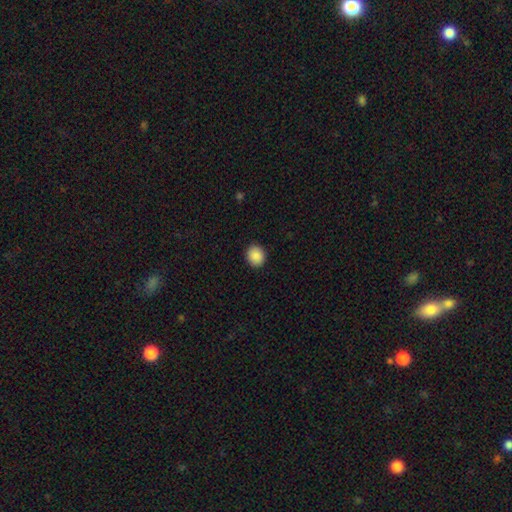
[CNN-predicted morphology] Smooth or featured? smooth (89%)
How rounded? round (77%)
Merging? none (91%)